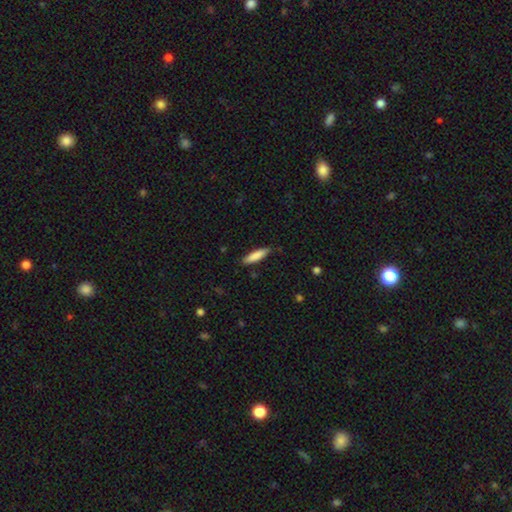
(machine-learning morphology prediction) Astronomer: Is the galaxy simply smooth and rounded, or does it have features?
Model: smooth — 84%.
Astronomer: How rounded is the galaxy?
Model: cigar-shaped — 76%.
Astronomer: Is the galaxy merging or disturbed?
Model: none — 84%.